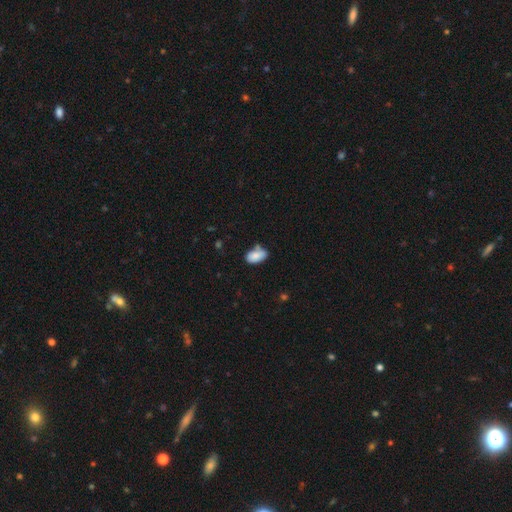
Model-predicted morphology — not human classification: A smooth galaxy with no disk features (82%) that is in between round and cigar-shaped (93%). Merging: none (58%).